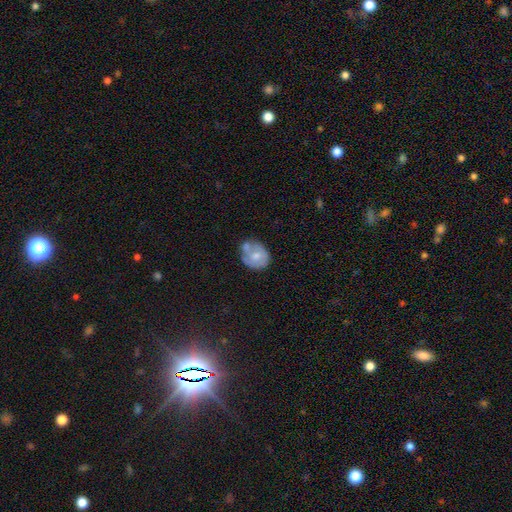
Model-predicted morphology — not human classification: Overall: smooth (58%; featured or disk 36%). How rounded: round (56%; in between 43%). Merging: none (37%; merger 27%).